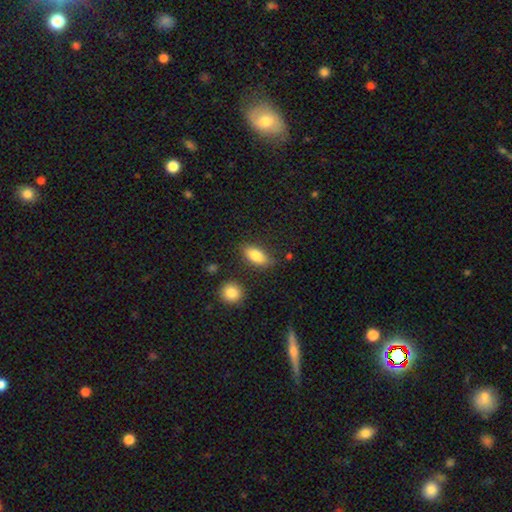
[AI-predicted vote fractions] Smooth or featured: smooth — 83% (featured or disk — 10%)
How rounded: in between — 86% (cigar-shaped — 10%)
Merging: none — 79% (minor disturbance — 14%)